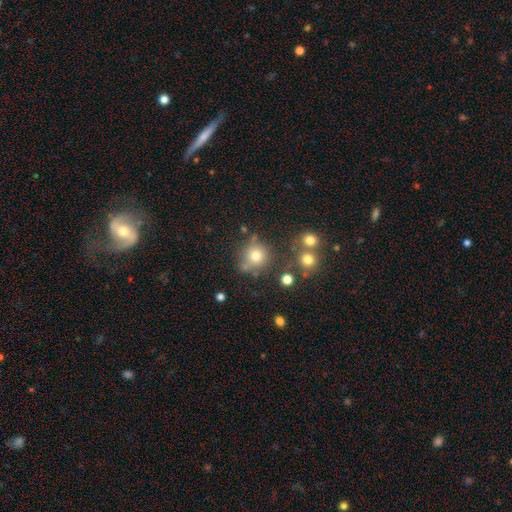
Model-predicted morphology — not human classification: smooth 75%, star or artifact 16%, featured or disk 10%. Down the decision tree: how rounded — round (90%); merging — none (70%).